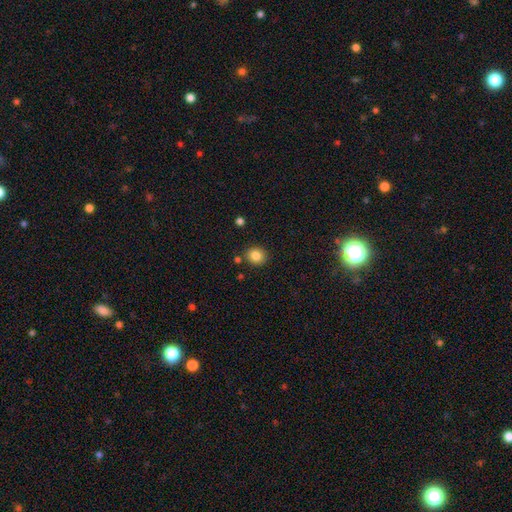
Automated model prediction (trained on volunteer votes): smooth 84%, star or artifact 11%, featured or disk 6%. Down the decision tree: how rounded — round (81%); merging — none (85%).